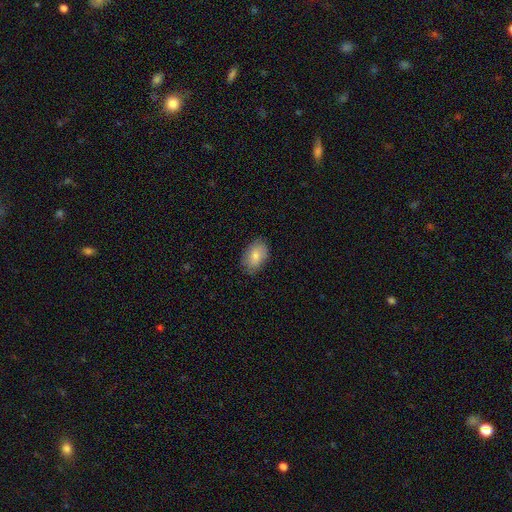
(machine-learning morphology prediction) Overall: smooth (81%). How rounded: in between (86%). Merging: none (81%).